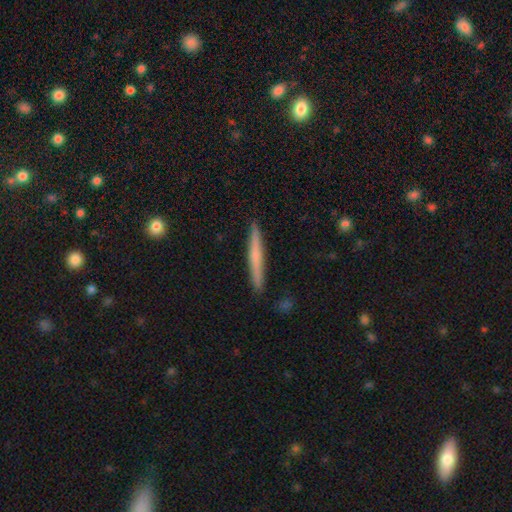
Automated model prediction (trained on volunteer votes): Morphology: type=smooth (54%); roundness=cigar-shaped (97%); merging=none (91%).